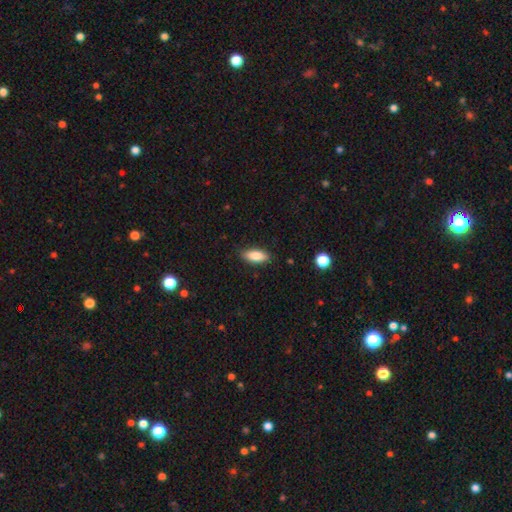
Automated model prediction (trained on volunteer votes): This appears to be a smooth galaxy with no disk features (83%) that is in between round and cigar-shaped (78%). Merging: none (87%).